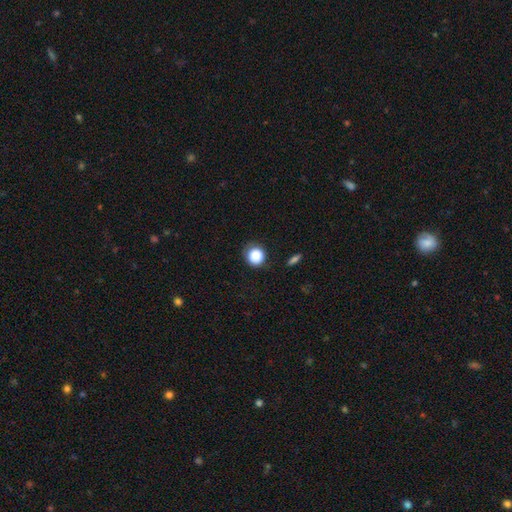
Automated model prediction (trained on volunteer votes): smooth-or-featured: smooth: 86% | star or artifact: 9% | featured or disk: 5%
  how-rounded: round: 91% | in between: 8% | cigar-shaped: 1%
  merging: none: 78% | minor disturbance: 16% | major disturbance: 4% | merger: 2%